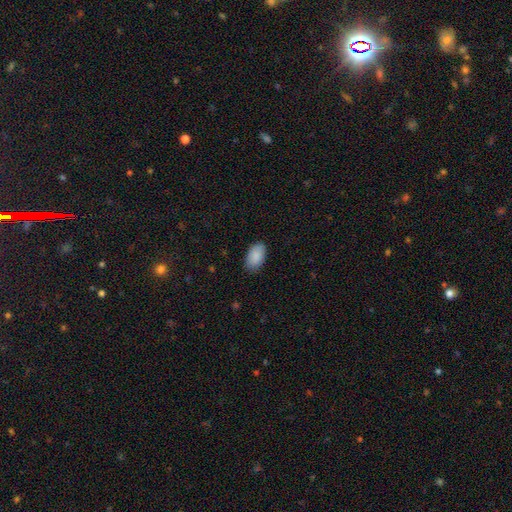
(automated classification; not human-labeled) This is clearly a smooth galaxy (90%). How rounded: clearly in between (94%). Merging: clearly none (84%).